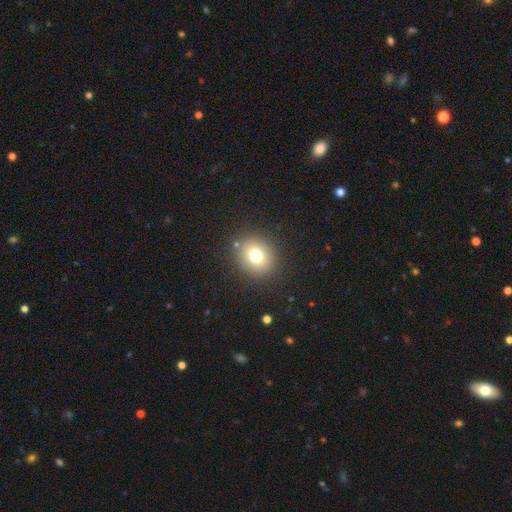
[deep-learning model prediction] Smooth or featured? smooth (75%)
How rounded? round (73%)
Merging? none (87%)